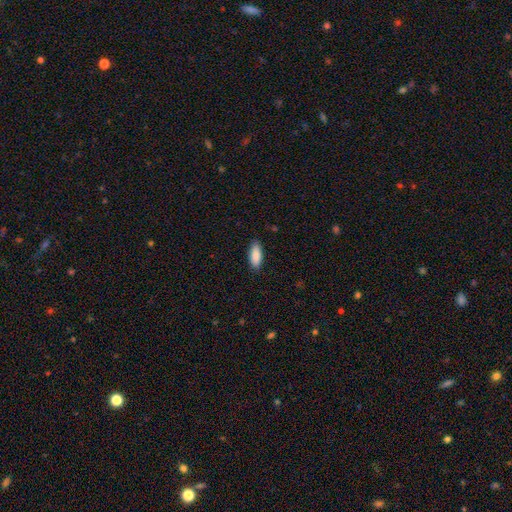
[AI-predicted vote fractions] Overall: smooth (88%). How rounded: in between (78%). Merging: none (86%).